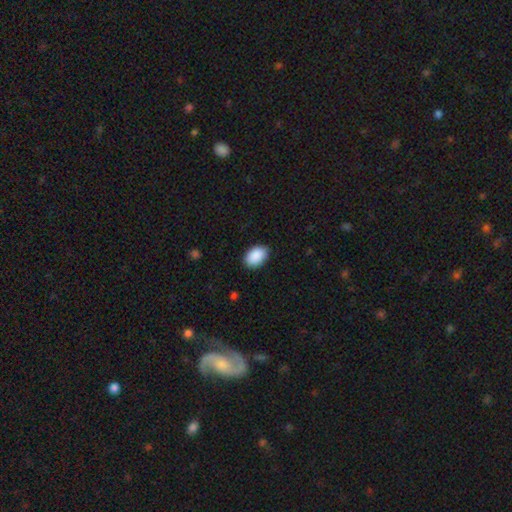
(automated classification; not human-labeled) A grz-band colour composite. It shows a smooth galaxy with no disk features (91%) that is in between round and cigar-shaped (89%). Merging: none (88%).